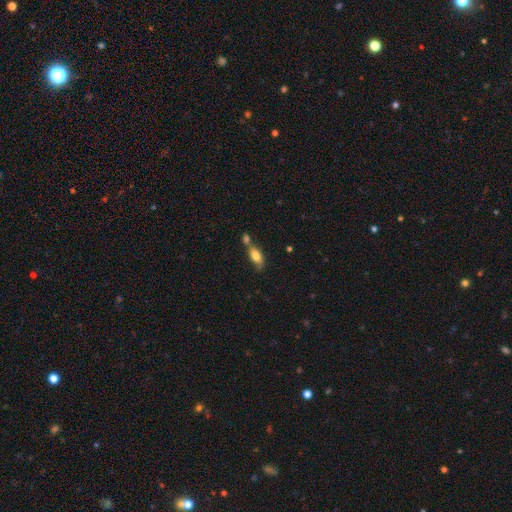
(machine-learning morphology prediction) Q: Smooth or featured?
A: smooth (73%); runner-up: featured or disk (19%)
Q: How rounded?
A: in between (81%); runner-up: cigar-shaped (14%)
Q: Merging?
A: none (44%); runner-up: merger (35%)